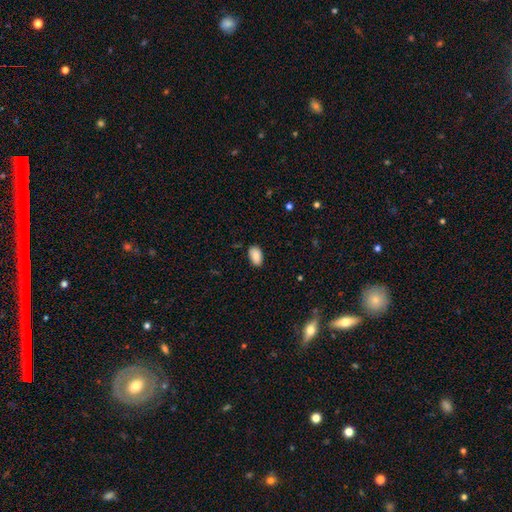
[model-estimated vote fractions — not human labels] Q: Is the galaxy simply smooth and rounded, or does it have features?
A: smooth — 87%.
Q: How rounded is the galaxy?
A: in between — 94%.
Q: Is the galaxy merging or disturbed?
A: none — 82%.